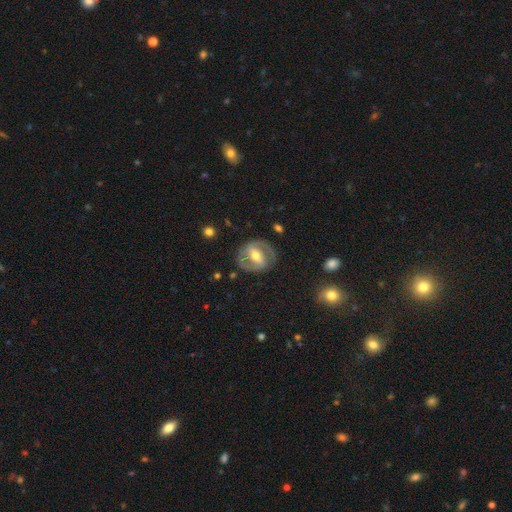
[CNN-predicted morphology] A featured or disk galaxy (77%) with a strong bar (45%), 2 (84%) medium (45%) spiral arms (76%) and a moderate central bulge (69%). Merging: none (80%).